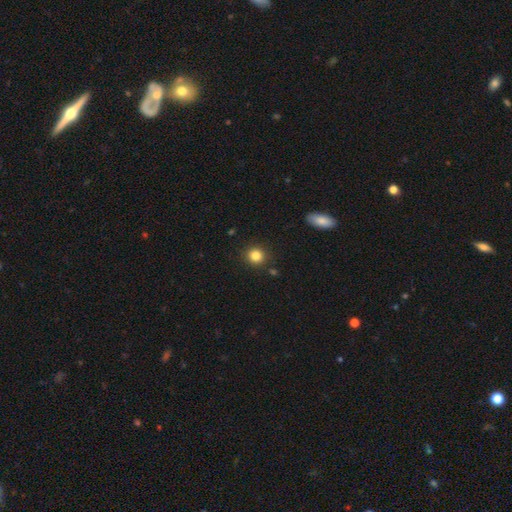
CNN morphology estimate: This is clearly a smooth galaxy (84%). How rounded: clearly round (89%). Merging: clearly none (89%).